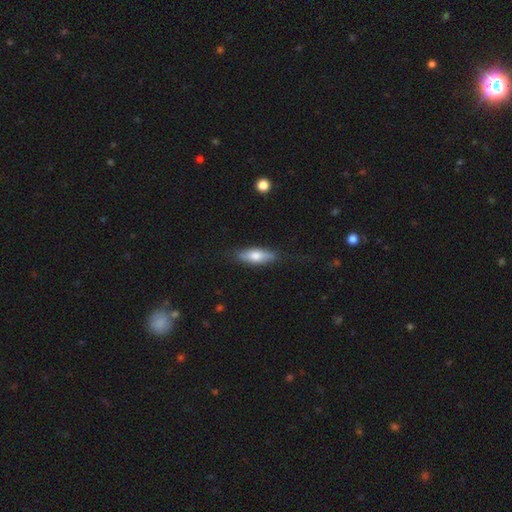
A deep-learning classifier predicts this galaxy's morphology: Smooth or featured: smooth — 68% (featured or disk — 27%)
How rounded: in between — 60% (cigar-shaped — 37%)
Merging: none — 80% (minor disturbance — 15%)